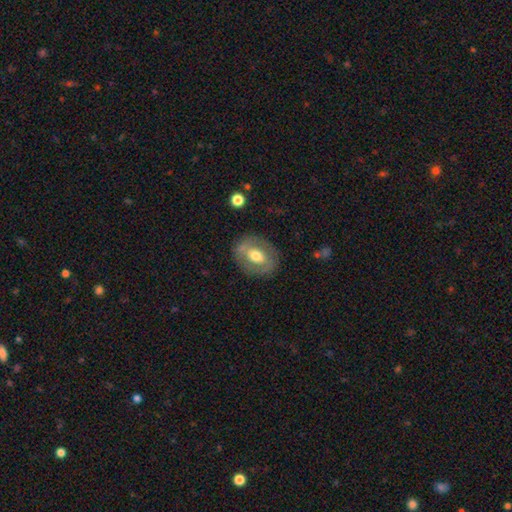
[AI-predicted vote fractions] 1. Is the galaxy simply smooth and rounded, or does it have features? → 48% smooth, 46% featured or disk, 7% star or artifact.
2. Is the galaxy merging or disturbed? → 77% none, 15% minor disturbance, 6% major disturbance, 2% merger.